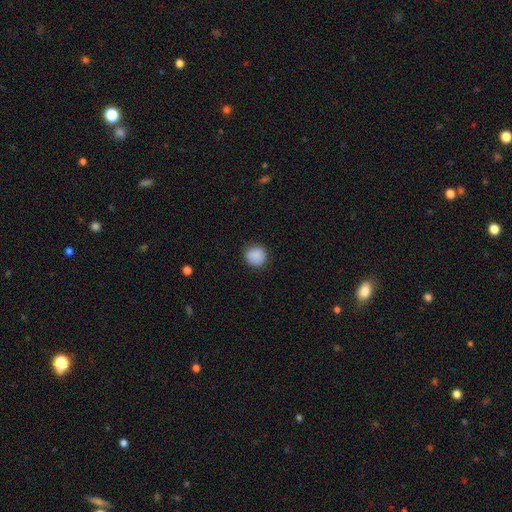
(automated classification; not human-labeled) A smooth galaxy with no disk features (88%) that is round (88%).

Vote fractions:
- Smooth or featured? smooth: 88% / star or artifact: 9% / featured or disk: 3%
- How rounded? round: 88% / in between: 11% / cigar-shaped: 1%
- Merging? none: 87% / minor disturbance: 9% / major disturbance: 3% / merger: 1%